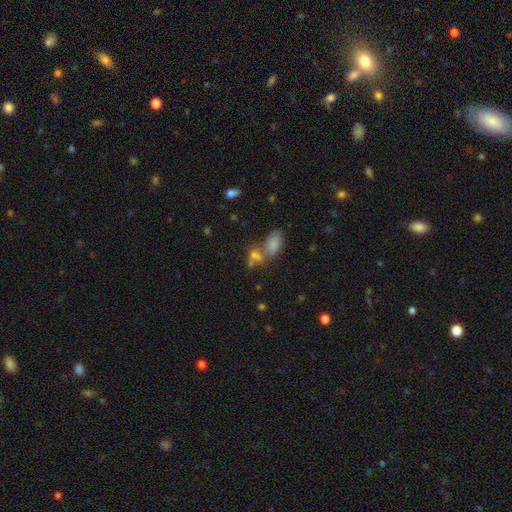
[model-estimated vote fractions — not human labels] Smooth or featured?
  - smooth: 62% *
  - star or artifact: 23%
  - featured or disk: 15%
How rounded?
  - in between: 77% *
  - round: 17%
  - cigar-shaped: 6%
Merging?
  - merger: 42% *
  - none: 41%
  - minor disturbance: 10%
  - major disturbance: 6%